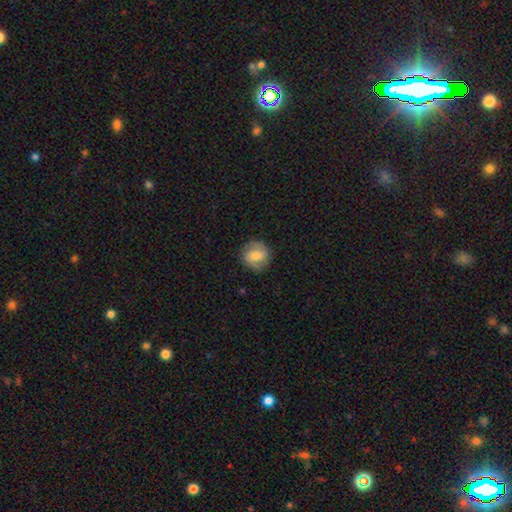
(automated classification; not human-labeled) Smooth or featured?
  - smooth: 50% *
  - featured or disk: 42%
  - star or artifact: 7%
How rounded?
  - round: 85% *
  - in between: 14%
  - cigar-shaped: 1%
Merging?
  - none: 85% *
  - minor disturbance: 11%
  - major disturbance: 3%
  - merger: 1%